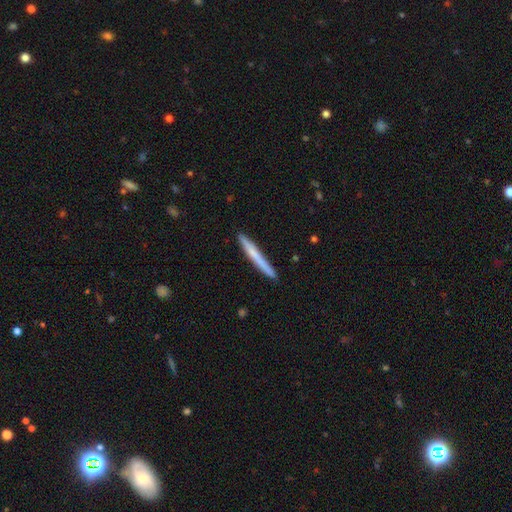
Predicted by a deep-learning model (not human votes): smooth 62%, featured or disk 32%, star or artifact 6%. Down the decision tree: how rounded — cigar-shaped (97%); merging — none (90%).